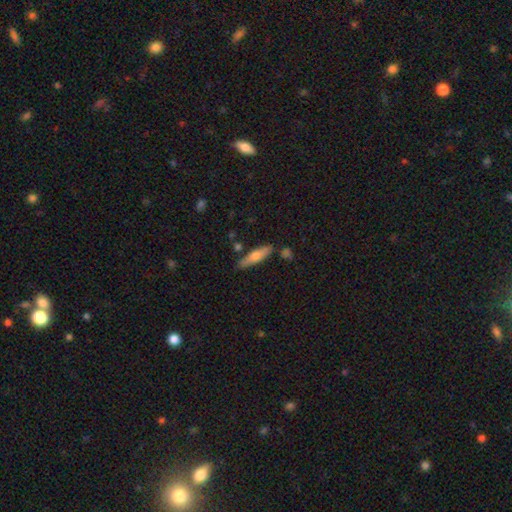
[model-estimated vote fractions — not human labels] Smooth or featured? smooth (66%)
How rounded? cigar-shaped (73%)
Merging? none (76%)